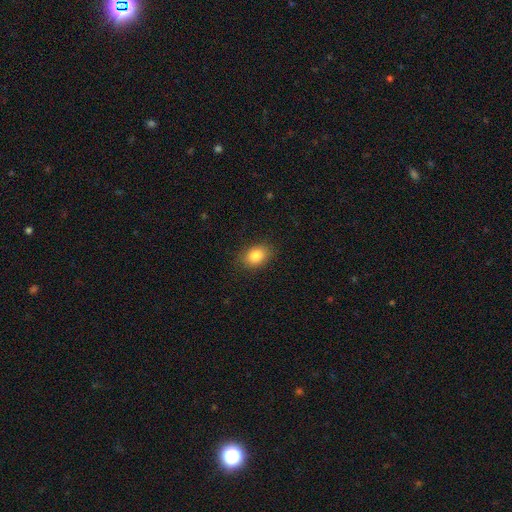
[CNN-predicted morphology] Overall: smooth (83%). How rounded: in between (75%). Merging: none (86%).